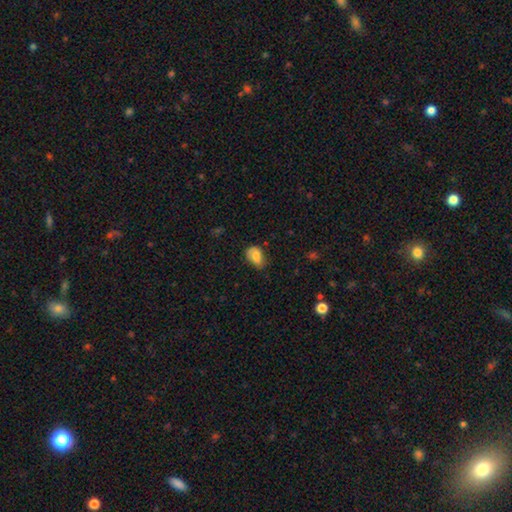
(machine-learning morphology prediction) A smooth galaxy with no disk features (75%) that is in between round and cigar-shaped (78%).

Vote fractions:
- Smooth or featured? smooth: 75% / featured or disk: 17% / star or artifact: 8%
- How rounded? in between: 78% / round: 20% / cigar-shaped: 1%
- Merging? none: 50% / minor disturbance: 37% / major disturbance: 11% / merger: 2%